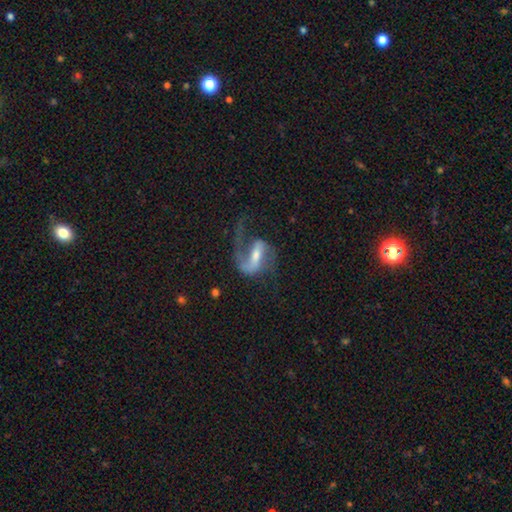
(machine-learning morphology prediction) type=featured or disk (85%); edge-on=no (96%); bar=strong (46%); spiral arms=yes (95%); winding=loose (48%); arm count=2 (58%); bulge=moderate (50%); merging=none (47%).